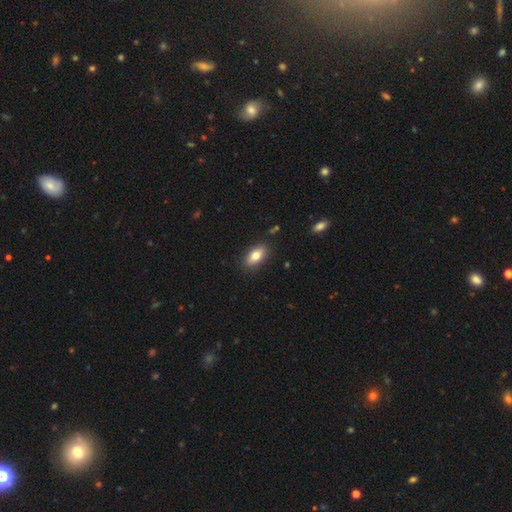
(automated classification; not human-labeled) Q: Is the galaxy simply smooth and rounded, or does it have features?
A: smooth — 80%.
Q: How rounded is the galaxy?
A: in between — 88%.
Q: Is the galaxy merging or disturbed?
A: none — 87%.